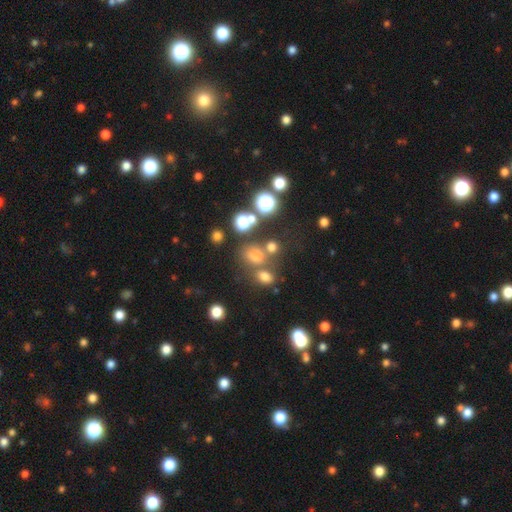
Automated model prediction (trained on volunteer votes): Overall: smooth (60%; star or artifact 30%). How rounded: round (65%; in between 33%). Merging: none (59%; merger 24%).